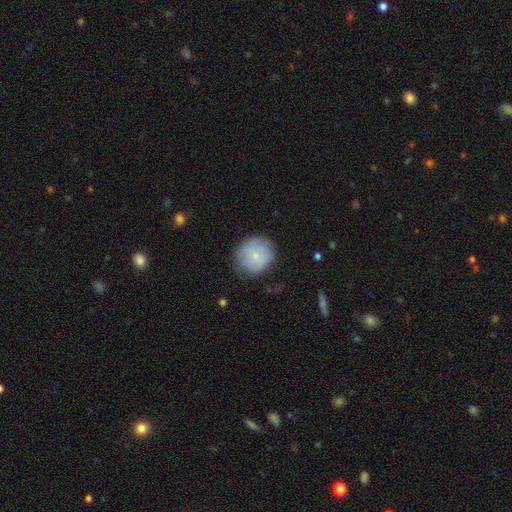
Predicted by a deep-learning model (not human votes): smooth 73%, featured or disk 20%, star or artifact 7%. Down the decision tree: how rounded — round (88%); merging — none (76%).